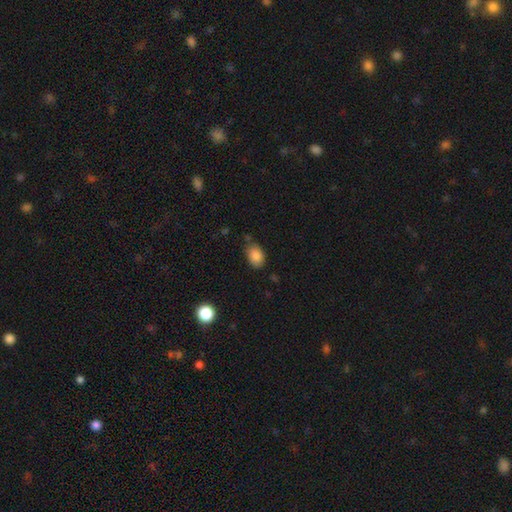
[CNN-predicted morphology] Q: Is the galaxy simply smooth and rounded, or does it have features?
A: smooth — 86%.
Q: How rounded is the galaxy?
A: in between — 83%.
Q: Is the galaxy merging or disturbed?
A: none — 74%.